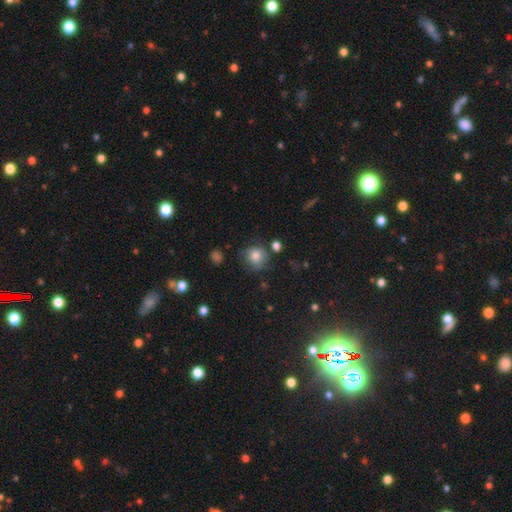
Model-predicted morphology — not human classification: This is likely a smooth galaxy (79%). How rounded: clearly round (87%). Merging: likely none (67%).